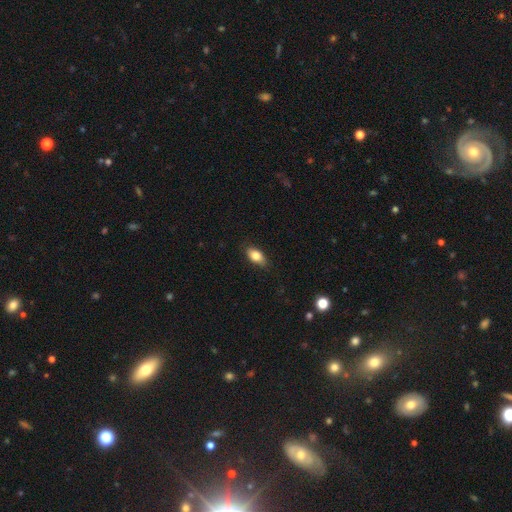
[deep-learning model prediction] Smooth or featured? smooth (81%)
How rounded? in between (89%)
Merging? none (82%)